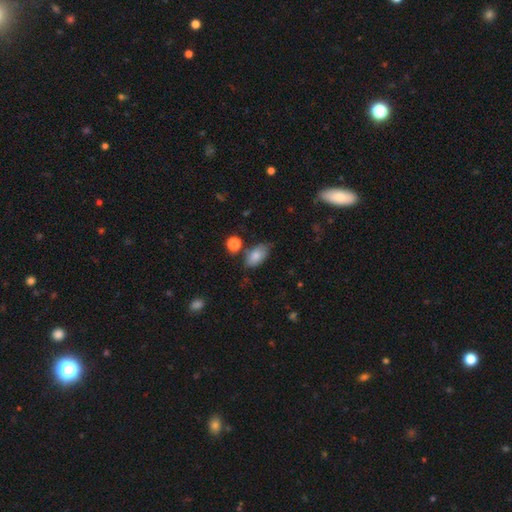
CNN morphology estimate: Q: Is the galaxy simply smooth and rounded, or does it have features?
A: smooth — 82%.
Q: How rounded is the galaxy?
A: in between — 91%.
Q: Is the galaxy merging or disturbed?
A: none — 66%.